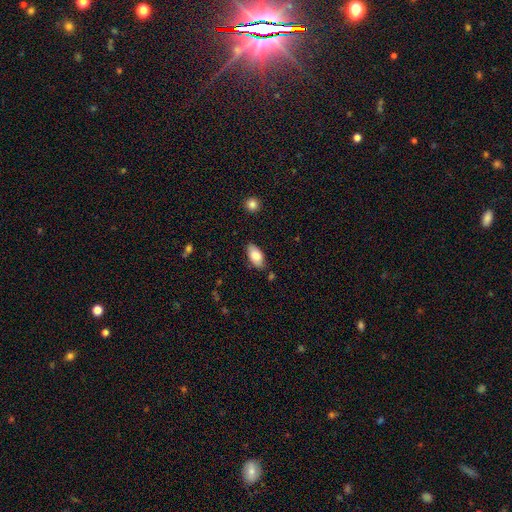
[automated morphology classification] Smooth or featured?
  - smooth: 81% *
  - featured or disk: 13%
  - star or artifact: 6%
How rounded?
  - in between: 92% *
  - cigar-shaped: 5%
  - round: 3%
Merging?
  - none: 81% *
  - minor disturbance: 14%
  - major disturbance: 3%
  - merger: 3%